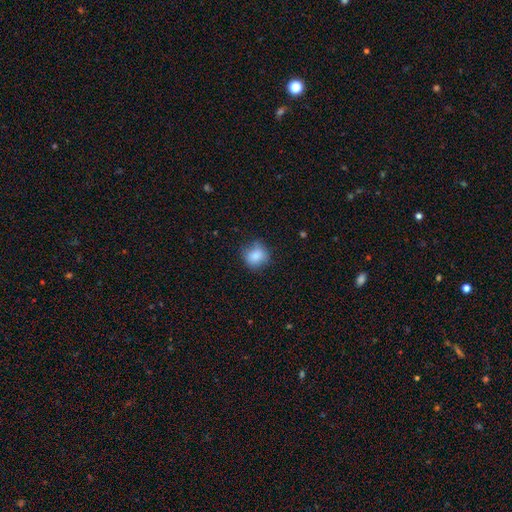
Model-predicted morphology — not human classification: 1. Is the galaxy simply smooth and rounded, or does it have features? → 82% smooth, 9% star or artifact, 8% featured or disk.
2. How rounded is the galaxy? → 80% round, 19% in between, 1% cigar-shaped.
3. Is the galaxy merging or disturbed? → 73% none, 21% minor disturbance, 5% major disturbance, 1% merger.